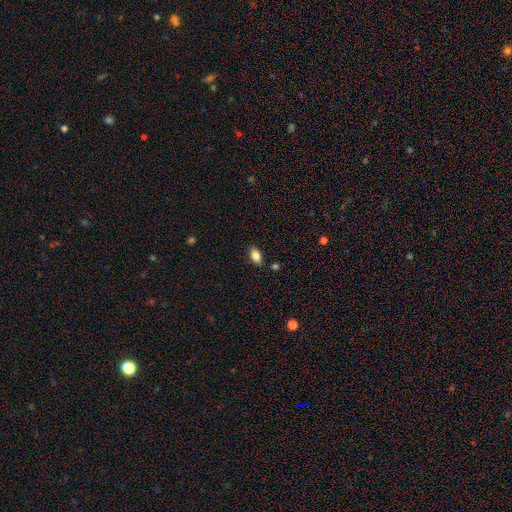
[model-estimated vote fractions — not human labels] This appears to be a smooth galaxy with no disk features (82%) that is in between round and cigar-shaped (89%). Merging: none (86%).